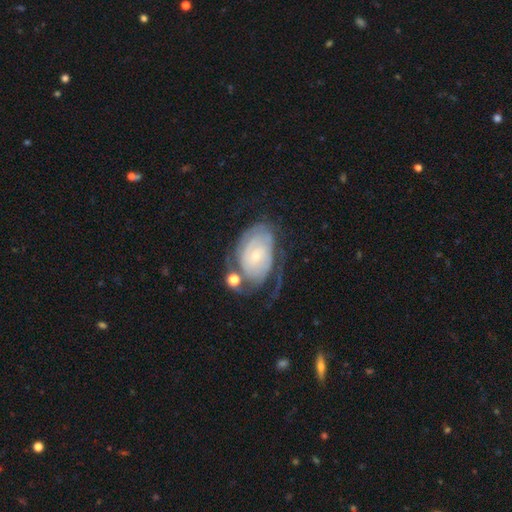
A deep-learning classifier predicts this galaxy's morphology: Smooth or featured? featured or disk (79%)
Edge-on disk? no (96%)
Bar? no (67%)
Spiral arms? yes (90%)
Spiral winding? tight (67%)
Spiral arm count? can't tell (43%)
Bulge size? small (71%)
Merging? none (46%)